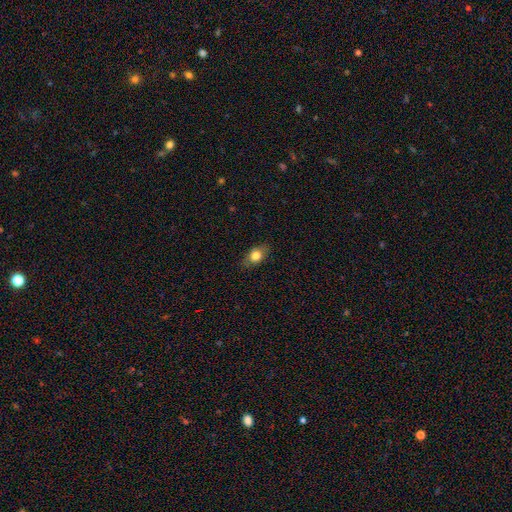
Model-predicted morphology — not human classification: Smooth or featured? Predicted: smooth (p=0.78). How rounded? Predicted: in between (p=0.77). Merging? Predicted: none (p=0.83).